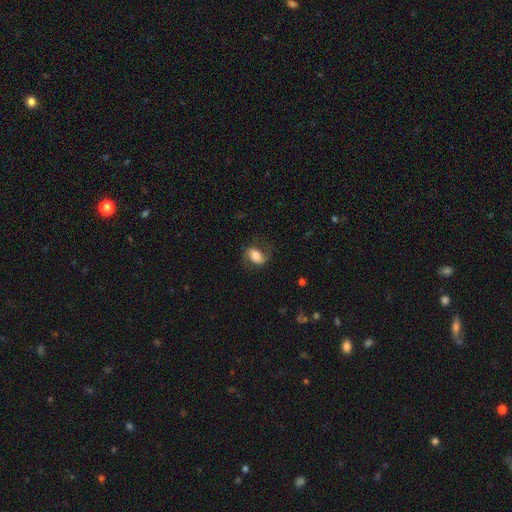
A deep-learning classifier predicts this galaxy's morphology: Overall: smooth (52%; featured or disk 40%). How rounded: in between (79%). Merging: none (67%).